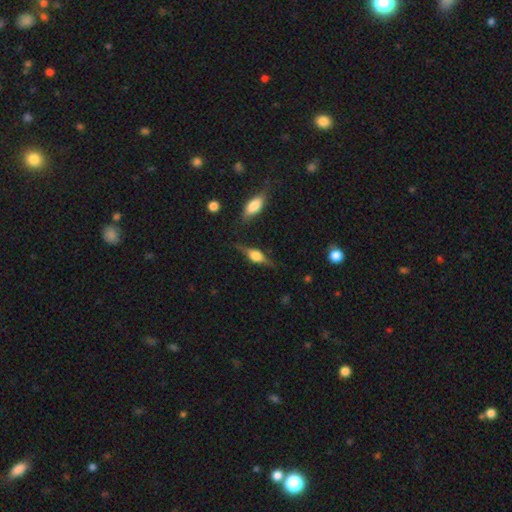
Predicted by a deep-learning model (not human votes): smooth_or_featured: featured or disk (p=0.65) [alt: smooth p=0.27]
disk_edge_on: yes (p=0.95) [alt: no p=0.05]
edge_on_bulge: rounded (p=0.90) [alt: boxy p=0.09]
merging: none (p=0.78) [alt: minor disturbance p=0.14]